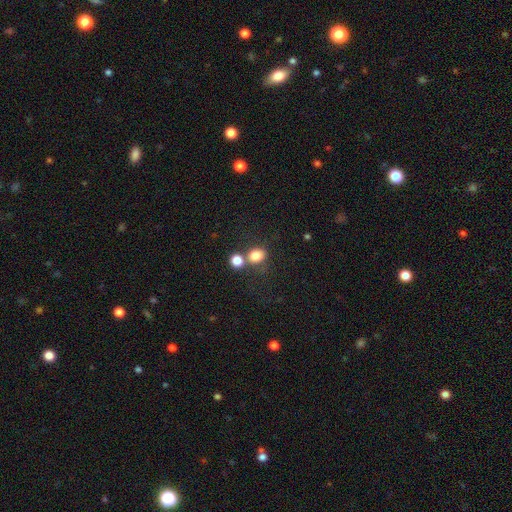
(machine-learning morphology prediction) smooth 80%, star or artifact 13%, featured or disk 7%. Down the decision tree: how rounded — round (54%); merging — none (54%).